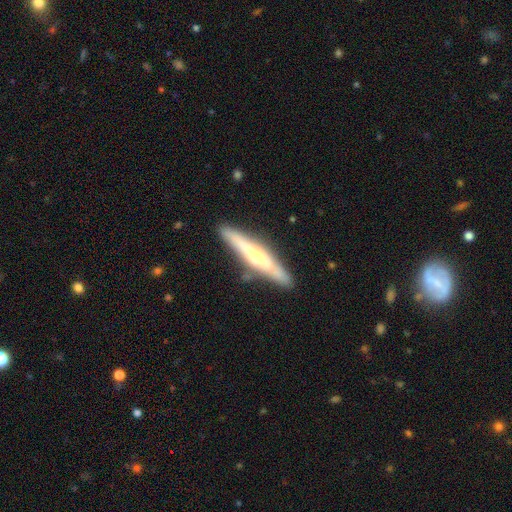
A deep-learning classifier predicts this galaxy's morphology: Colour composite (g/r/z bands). It shows a featured or disk galaxy (57%) viewed edge-on (92%) with a rounded central bulge (70%). Merging: none (83%).